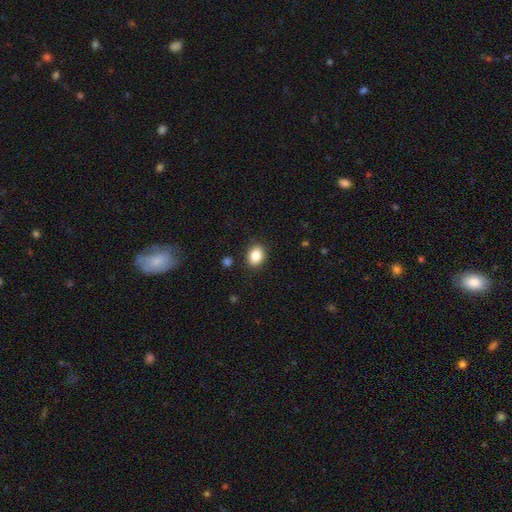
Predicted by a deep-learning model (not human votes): Smooth or featured? Predicted: smooth (p=0.86). How rounded? Predicted: in between (p=0.61). Merging? Predicted: none (p=0.87).